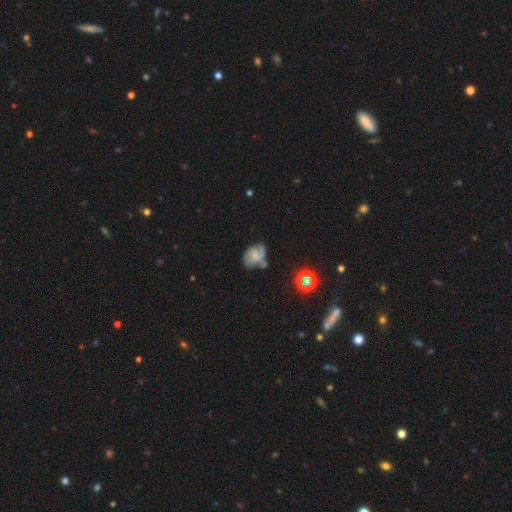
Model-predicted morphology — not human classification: The model was most divided on "smooth or featured": featured or disk: 49%, smooth: 37%, star or artifact: 14%. Remaining: merging — none (44%).